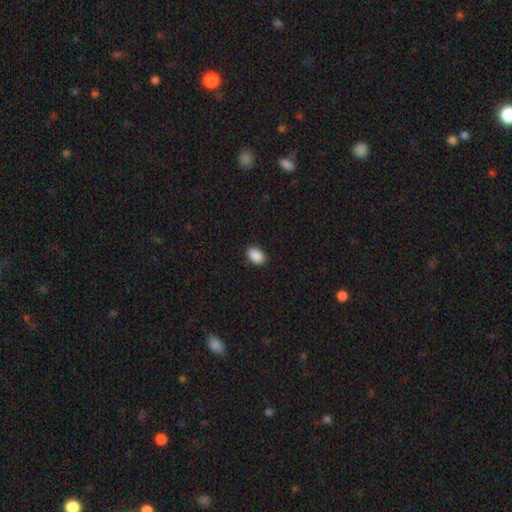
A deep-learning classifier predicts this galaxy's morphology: Smooth or featured?
  - smooth: 90% *
  - star or artifact: 7%
  - featured or disk: 2%
How rounded?
  - in between: 88% *
  - round: 11%
  - cigar-shaped: 1%
Merging?
  - none: 89% *
  - minor disturbance: 8%
  - major disturbance: 2%
  - merger: 1%